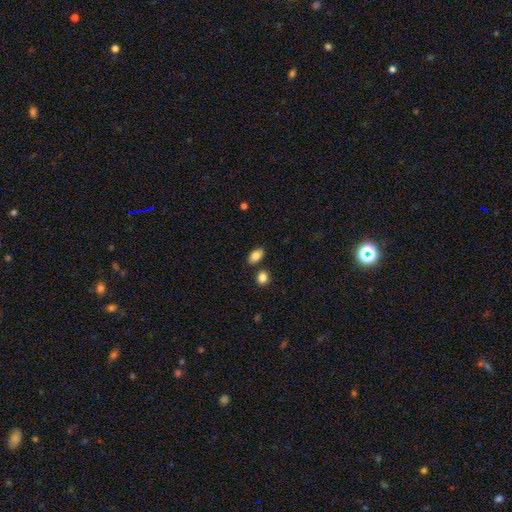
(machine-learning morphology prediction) The model was most divided on "merging": none: 80%, minor disturbance: 10%, merger: 7%, major disturbance: 2%. More confident: how rounded — in between (89%); smooth or featured — smooth (85%).